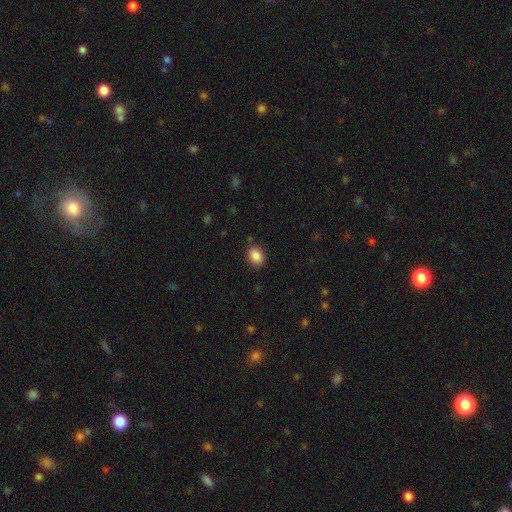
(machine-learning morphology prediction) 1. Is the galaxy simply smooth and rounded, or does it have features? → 87% smooth, 9% star or artifact, 4% featured or disk.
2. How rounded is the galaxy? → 58% in between, 41% round, 1% cigar-shaped.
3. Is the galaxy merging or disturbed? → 84% none, 11% minor disturbance, 3% major disturbance, 2% merger.